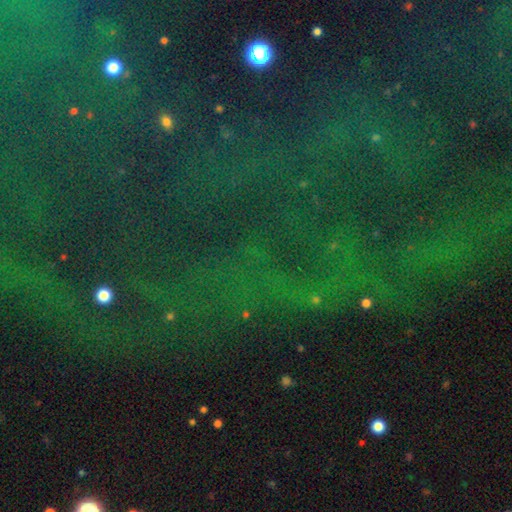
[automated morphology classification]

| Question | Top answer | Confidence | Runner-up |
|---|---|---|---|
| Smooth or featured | star or artifact | 82% | featured or disk (9%) |